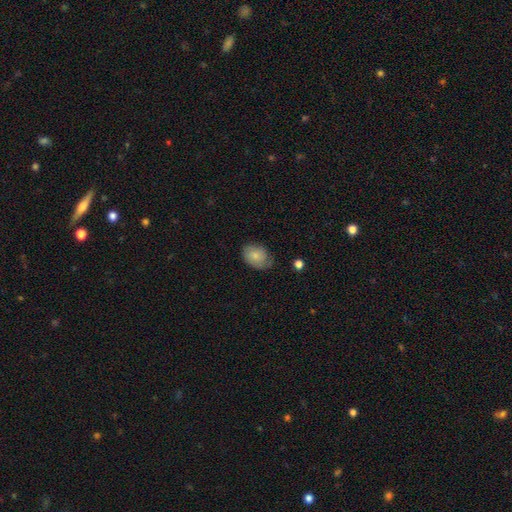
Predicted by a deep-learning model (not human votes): smooth 75%, featured or disk 17%, star or artifact 7%. Down the decision tree: how rounded — in between (76%); merging — none (64%).